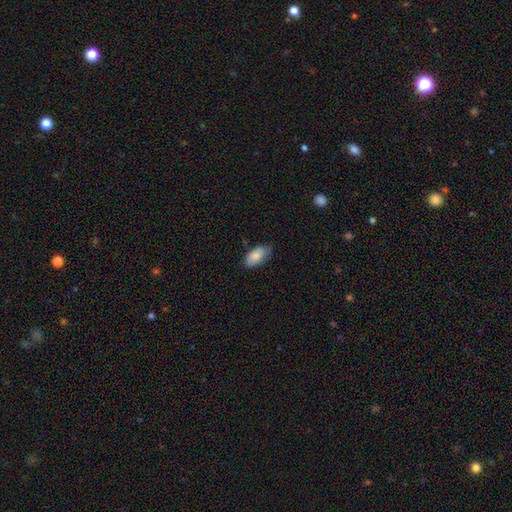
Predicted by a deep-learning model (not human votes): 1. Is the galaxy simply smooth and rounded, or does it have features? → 82% smooth, 12% featured or disk, 6% star or artifact.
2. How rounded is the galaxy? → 94% in between, 3% cigar-shaped, 3% round.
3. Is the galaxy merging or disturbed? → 70% none, 25% minor disturbance, 4% major disturbance, 1% merger.